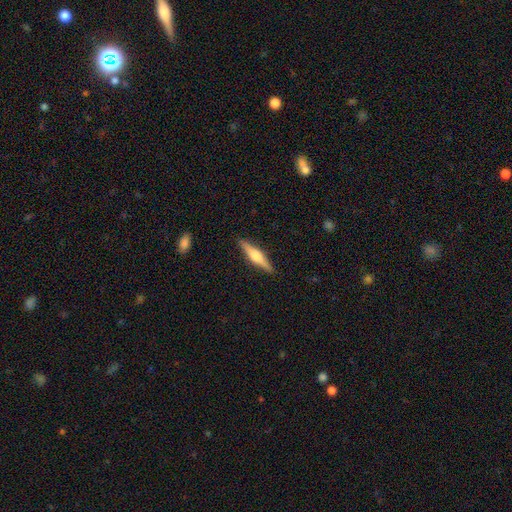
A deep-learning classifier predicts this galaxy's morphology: Smooth or featured: featured or disk — 62% (smooth — 33%)
Edge-on disk: yes — 97% (no — 3%)
Edge-on bulge: rounded — 88% (boxy — 8%)
Merging: none — 90% (minor disturbance — 7%)